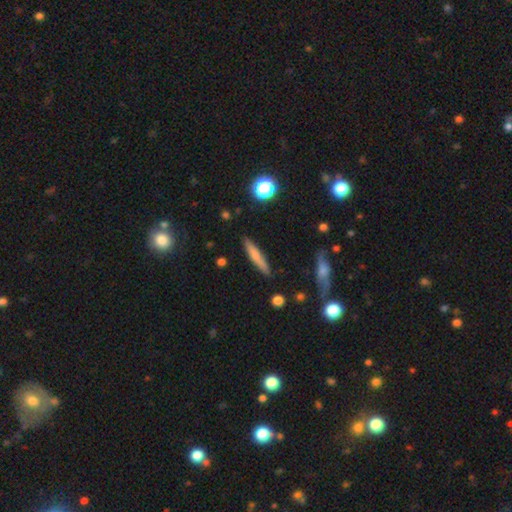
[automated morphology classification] smooth-or-featured: smooth: 67% | featured or disk: 26% | star or artifact: 7%
  how-rounded: cigar-shaped: 90% | in between: 8% | round: 2%
  merging: none: 87% | minor disturbance: 9% | major disturbance: 2% | merger: 2%